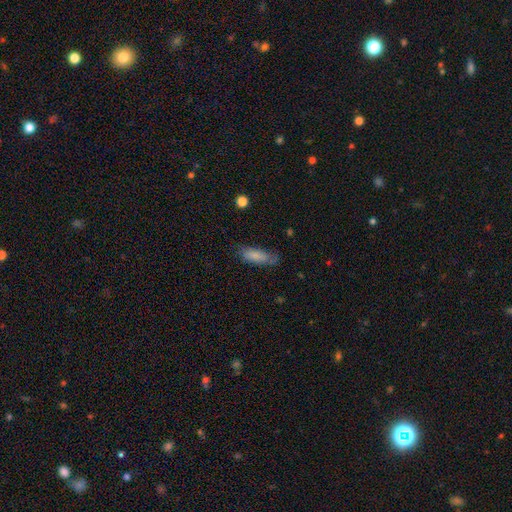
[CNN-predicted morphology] Smooth or featured?
  - smooth: 81% *
  - featured or disk: 12%
  - star or artifact: 7%
How rounded?
  - in between: 56% *
  - cigar-shaped: 42%
  - round: 2%
Merging?
  - none: 63% *
  - minor disturbance: 27%
  - major disturbance: 8%
  - merger: 2%